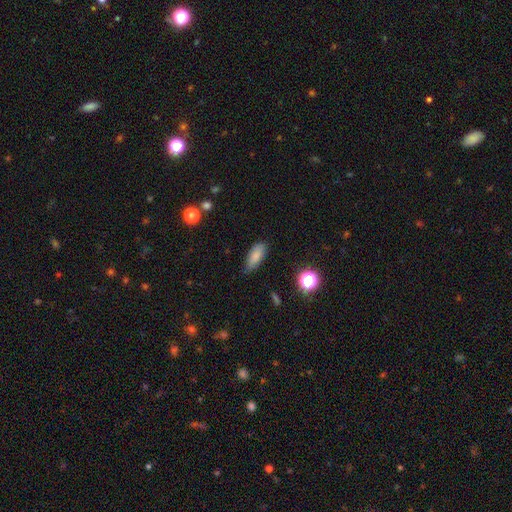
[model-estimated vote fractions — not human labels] This is clearly a smooth galaxy (82%). How rounded: likely in between (77%). Merging: likely none (73%).